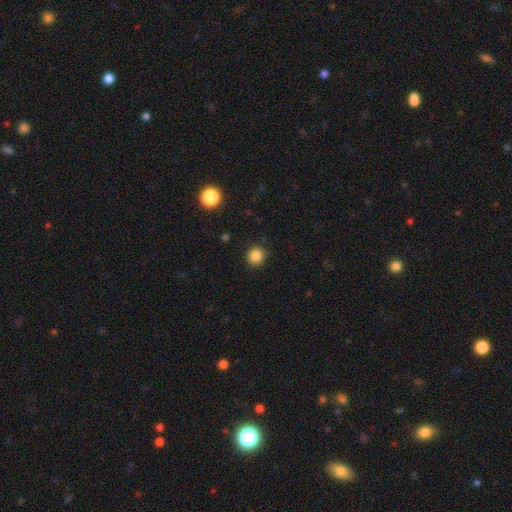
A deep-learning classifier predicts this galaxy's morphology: The model was most divided on "smooth or featured": smooth: 85%, star or artifact: 11%, featured or disk: 4%. More confident: how rounded — round (90%); merging — none (89%).